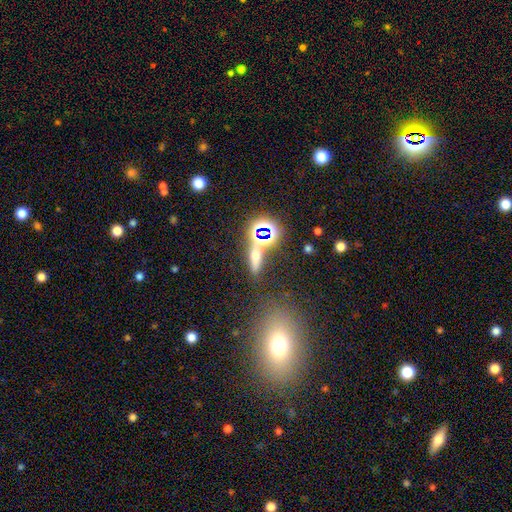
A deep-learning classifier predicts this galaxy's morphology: Smooth or featured? smooth (45%)
Merging? none (69%)